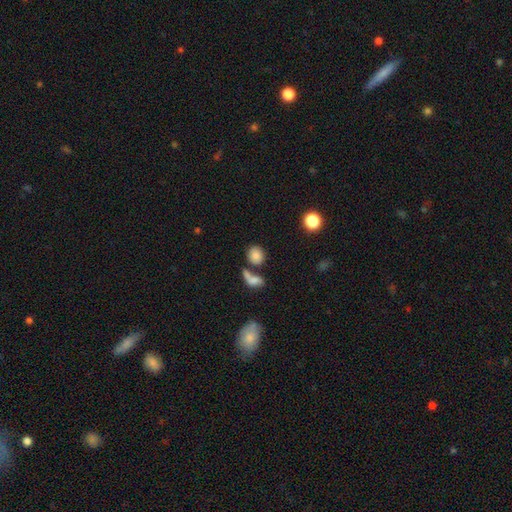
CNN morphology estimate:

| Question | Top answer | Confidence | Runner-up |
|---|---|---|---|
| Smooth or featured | smooth | 81% | star or artifact (10%) |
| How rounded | round | 66% | in between (32%) |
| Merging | none | 52% | merger (32%) |